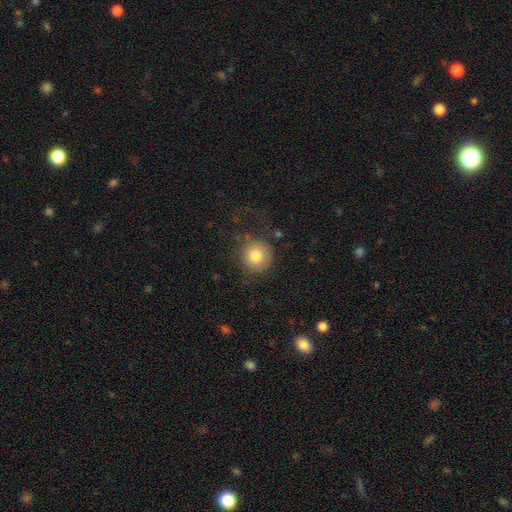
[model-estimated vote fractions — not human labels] The model was most divided on "merging": none: 74%, minor disturbance: 15%, major disturbance: 10%, merger: 2%. More confident: how rounded — round (91%); smooth or featured — smooth (80%).